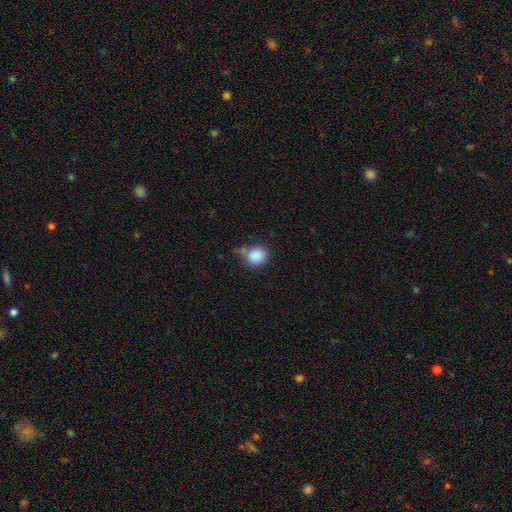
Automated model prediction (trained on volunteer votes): This appears to be a smooth galaxy with no disk features (87%) that is round (77%). Merging: none (64%).